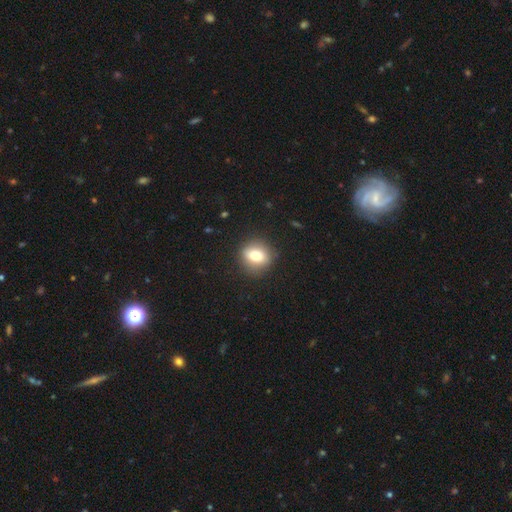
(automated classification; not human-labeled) This appears to be a smooth galaxy with no disk features (76%) that is round (68%). Merging: none (86%).